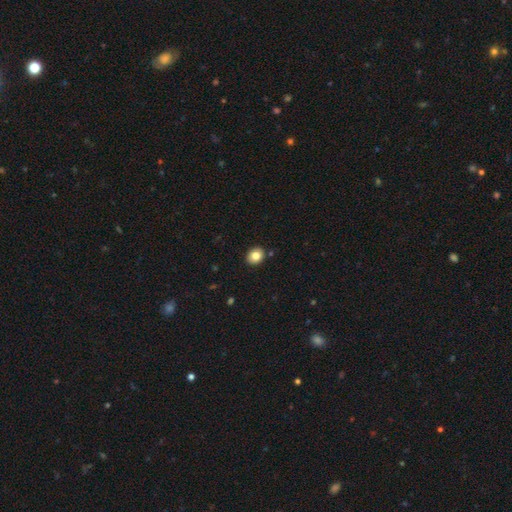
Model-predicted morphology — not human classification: The model was most divided on "how rounded": round: 62%, in between: 37%, cigar-shaped: 1%. More confident: merging — none (89%); smooth or featured — smooth (81%).